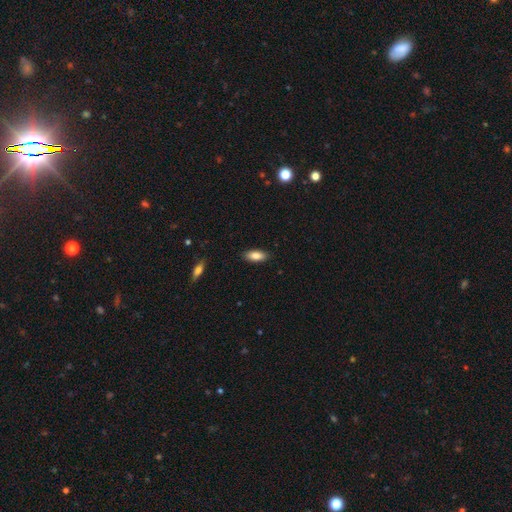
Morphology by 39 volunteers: Q: Smooth or featured?
A: smooth (85%); runner-up: featured or disk (8%)
Q: How rounded?
A: in between (85%); runner-up: cigar-shaped (12%)
Q: Merging?
A: none (86%); runner-up: minor disturbance (8%)